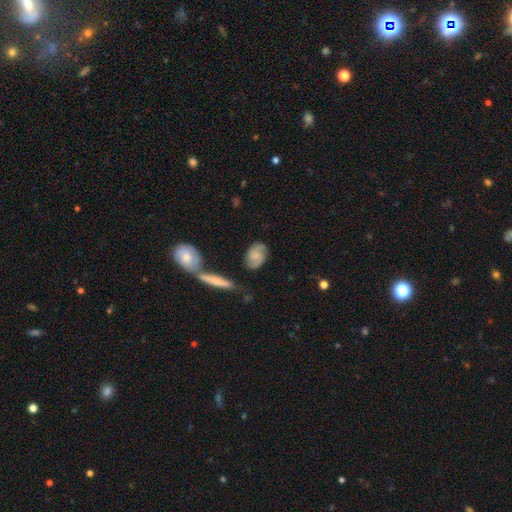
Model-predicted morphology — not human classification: Smooth or featured: featured or disk — 55% (smooth — 38%)
Edge-on disk: no — 93% (yes — 7%)
Bar: no — 66% (weak — 28%)
Spiral arms: yes — 89% (no — 11%)
Bulge size: small — 54% (moderate — 25%)
Merging: none — 72% (minor disturbance — 17%)